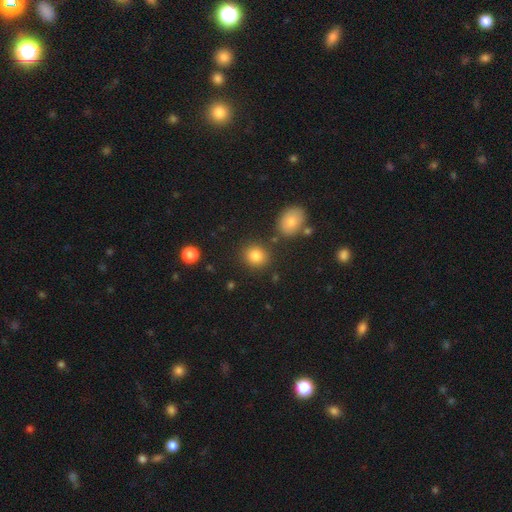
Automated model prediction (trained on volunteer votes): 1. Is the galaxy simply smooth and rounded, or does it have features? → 83% smooth, 11% star or artifact, 6% featured or disk.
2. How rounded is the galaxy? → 79% round, 20% in between, 1% cigar-shaped.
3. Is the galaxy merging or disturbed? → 83% none, 8% minor disturbance, 5% merger, 3% major disturbance.